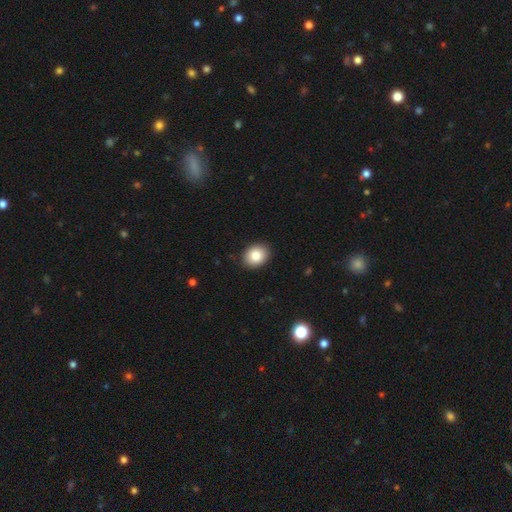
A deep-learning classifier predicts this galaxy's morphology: Smooth or featured?
  - smooth: 84% *
  - star or artifact: 9%
  - featured or disk: 8%
How rounded?
  - round: 50% *
  - in between: 49%
  - cigar-shaped: 1%
Merging?
  - none: 90% *
  - minor disturbance: 7%
  - major disturbance: 2%
  - merger: 1%